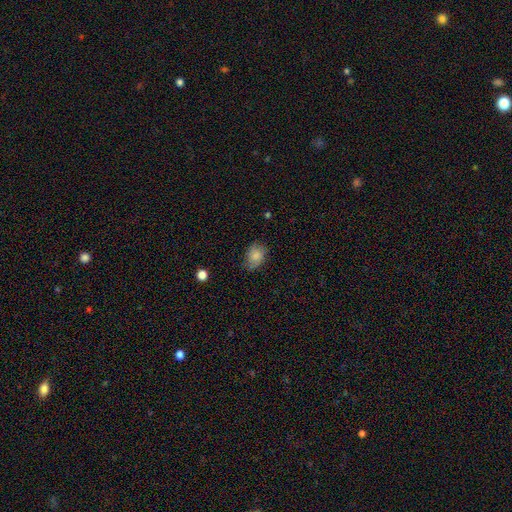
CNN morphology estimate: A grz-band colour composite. It shows a smooth galaxy with no disk features (78%) that is in between round and cigar-shaped (68%). Merging: none (63%).